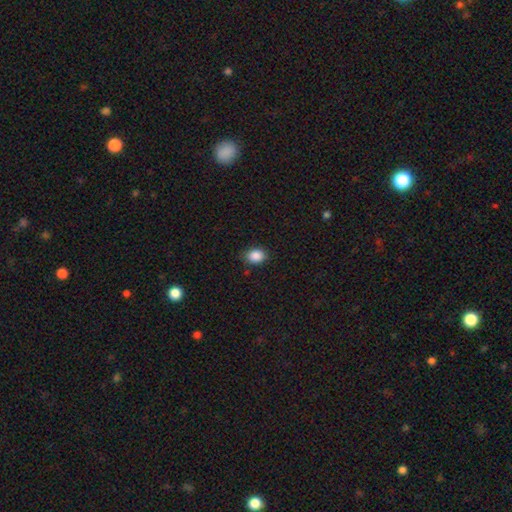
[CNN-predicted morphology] Smooth or featured: smooth — 87% (star or artifact — 9%)
How rounded: in between — 60% (round — 39%)
Merging: none — 81% (minor disturbance — 15%)